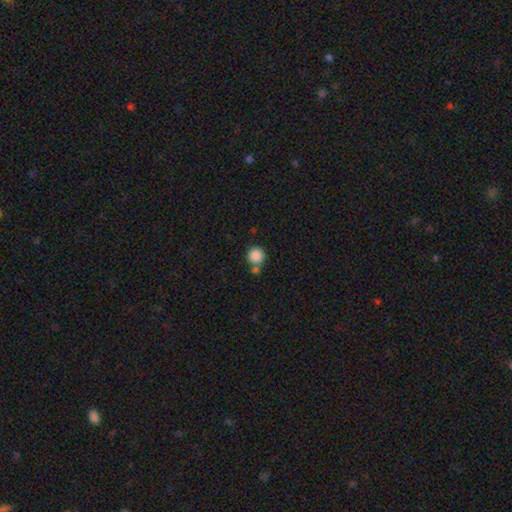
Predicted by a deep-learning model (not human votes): Q: Smooth or featured?
A: smooth (87%); runner-up: star or artifact (9%)
Q: How rounded?
A: round (94%); runner-up: in between (5%)
Q: Merging?
A: none (63%); runner-up: merger (24%)